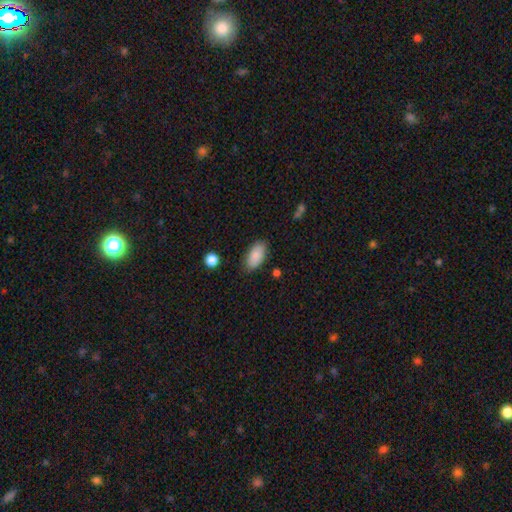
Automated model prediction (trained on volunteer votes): smooth 87%, star or artifact 7%, featured or disk 6%. Down the decision tree: how rounded — in between (93%); merging — none (82%).